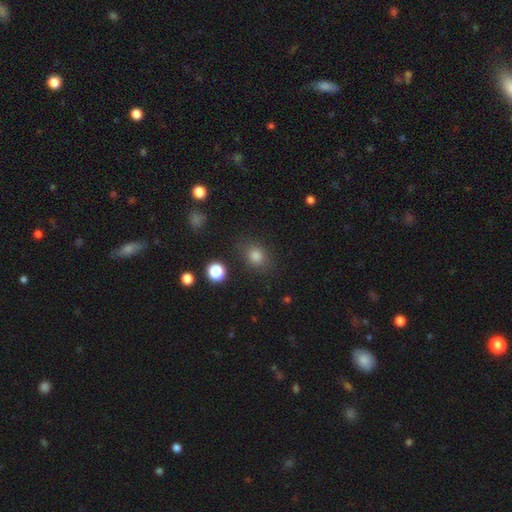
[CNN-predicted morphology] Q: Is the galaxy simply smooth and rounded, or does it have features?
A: smooth — 80%.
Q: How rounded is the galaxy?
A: round — 53%.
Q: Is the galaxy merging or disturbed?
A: none — 82%.